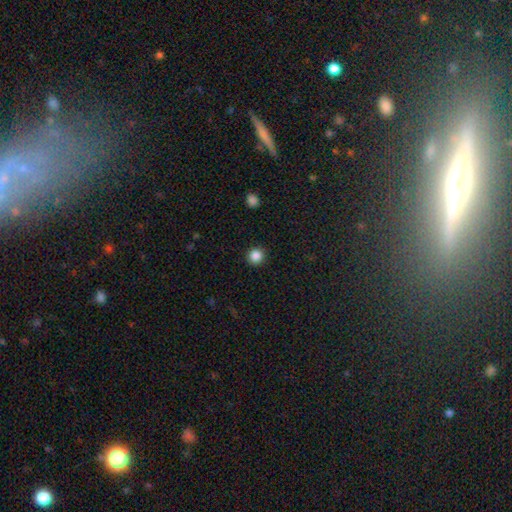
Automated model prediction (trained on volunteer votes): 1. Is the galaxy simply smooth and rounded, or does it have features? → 85% smooth, 11% star or artifact, 4% featured or disk.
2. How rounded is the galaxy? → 95% round, 4% in between, 1% cigar-shaped.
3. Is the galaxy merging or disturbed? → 93% none, 5% minor disturbance, 2% major disturbance, 1% merger.